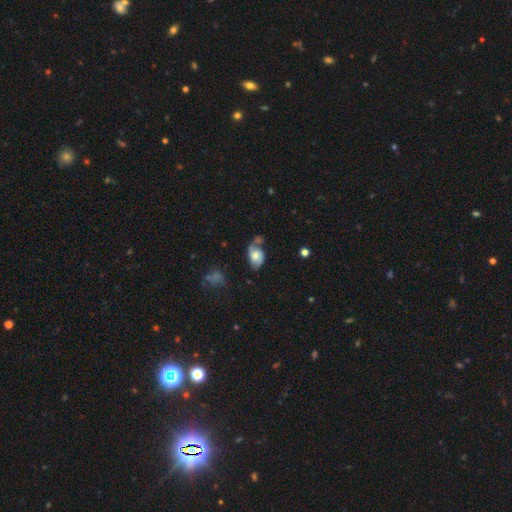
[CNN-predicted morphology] Smooth or featured? Predicted: featured or disk (p=0.62). Edge-on disk? Predicted: no (p=0.96). Bar? Predicted: no (p=0.63). Spiral arms? Predicted: yes (p=0.86). Spiral winding? Predicted: medium (p=0.42). Spiral arm count? Predicted: 2 (p=0.79). Bulge size? Predicted: moderate (p=0.43). Merging? Predicted: none (p=0.43).